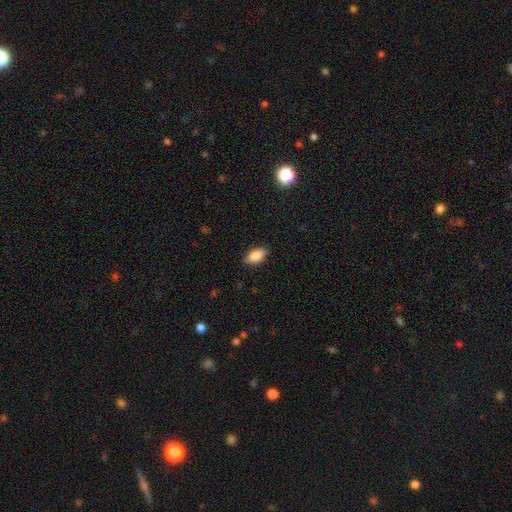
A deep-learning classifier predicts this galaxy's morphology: The model was most divided on "merging": none: 86%, minor disturbance: 10%, major disturbance: 2%, merger: 1%. More confident: how rounded — in between (92%); smooth or featured — smooth (87%).